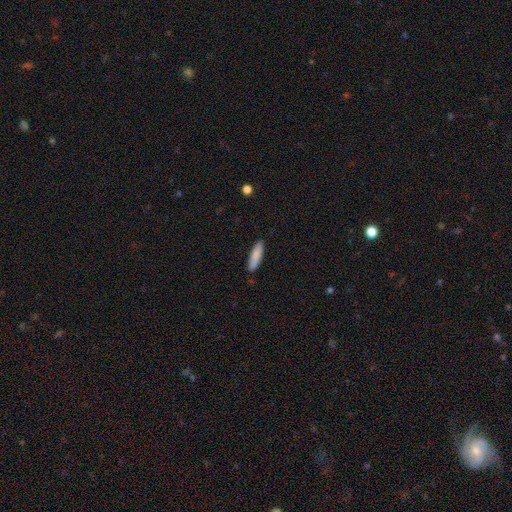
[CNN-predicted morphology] type=smooth (86%); roundness=cigar-shaped (66%); merging=none (88%).